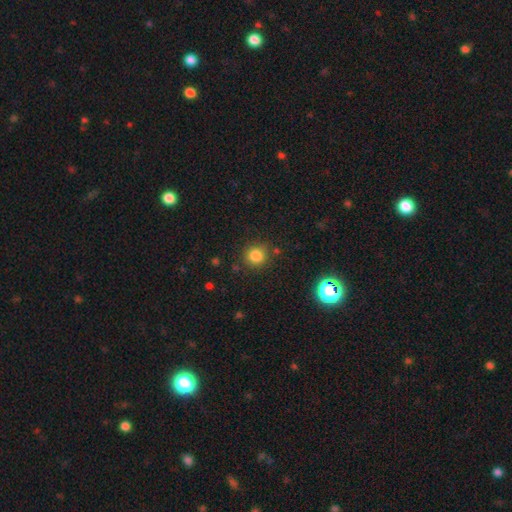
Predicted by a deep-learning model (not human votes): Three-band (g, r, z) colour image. It shows a smooth galaxy with no disk features (82%) that is round (90%). Merging: none (84%).